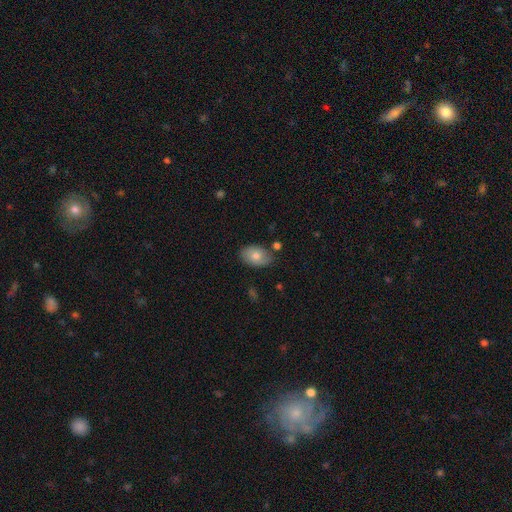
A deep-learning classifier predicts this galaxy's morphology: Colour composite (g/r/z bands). It shows a smooth galaxy with no disk features (76%) that is in between round and cigar-shaped (87%). Merging: none (77%).